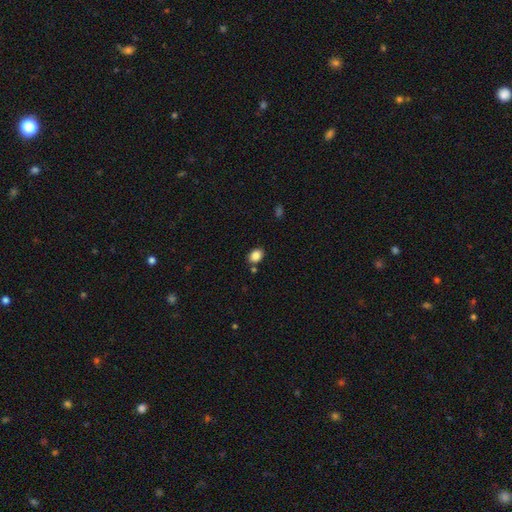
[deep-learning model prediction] smooth-or-featured: smooth: 86% | star or artifact: 10% | featured or disk: 4%
  how-rounded: in between: 60% | round: 39% | cigar-shaped: 1%
  merging: none: 80% | minor disturbance: 11% | merger: 6% | major disturbance: 3%